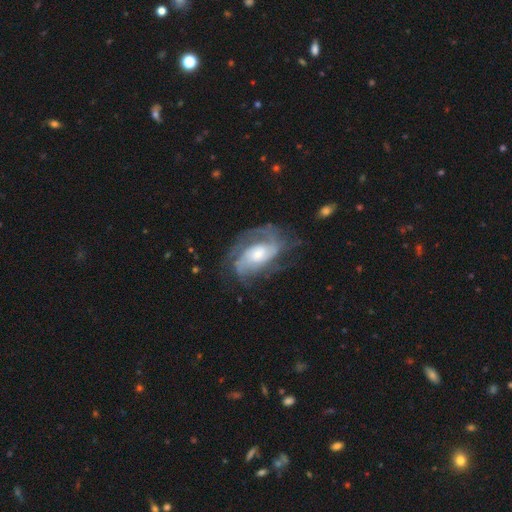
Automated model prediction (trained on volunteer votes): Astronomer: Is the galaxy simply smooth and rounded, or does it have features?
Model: featured or disk — 85%.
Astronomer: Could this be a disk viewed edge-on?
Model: no — 96%.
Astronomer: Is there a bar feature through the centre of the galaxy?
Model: no — 56% (runner-up: weak, 33%).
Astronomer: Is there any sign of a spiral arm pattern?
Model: yes — 95%.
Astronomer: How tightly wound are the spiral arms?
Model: medium — 44% (runner-up: tight, 41%).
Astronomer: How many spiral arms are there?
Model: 2 — 47%.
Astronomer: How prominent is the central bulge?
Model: moderate — 51%.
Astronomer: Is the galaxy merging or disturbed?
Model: none — 67%.